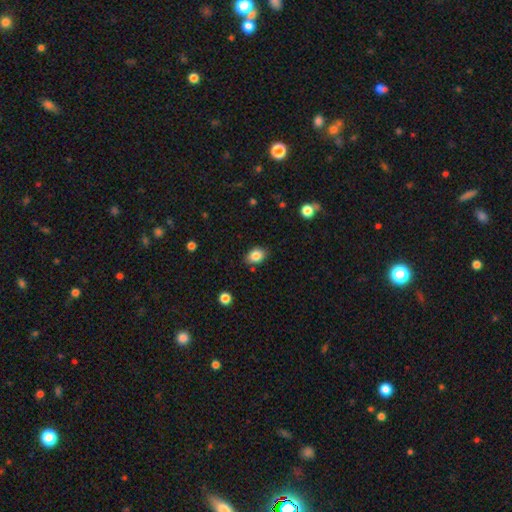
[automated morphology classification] Smooth or featured?
  - smooth: 85% *
  - star or artifact: 9%
  - featured or disk: 6%
How rounded?
  - in between: 70% *
  - round: 28%
  - cigar-shaped: 1%
Merging?
  - none: 83% *
  - minor disturbance: 12%
  - major disturbance: 3%
  - merger: 2%